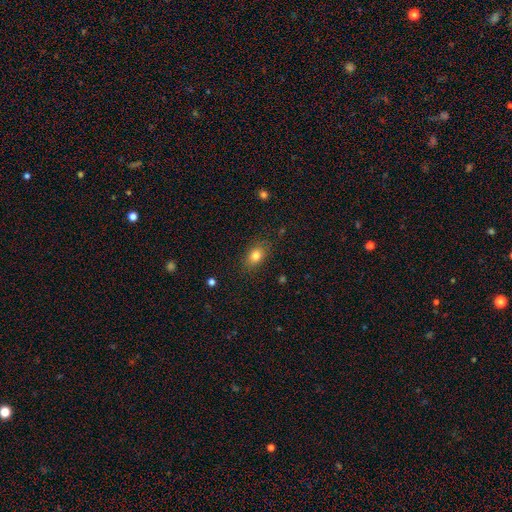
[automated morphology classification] smooth_or_featured: smooth (p=0.81) [alt: star or artifact p=0.10]
how_rounded: in between (p=0.75) [alt: round p=0.23]
merging: none (p=0.83) [alt: minor disturbance p=0.12]